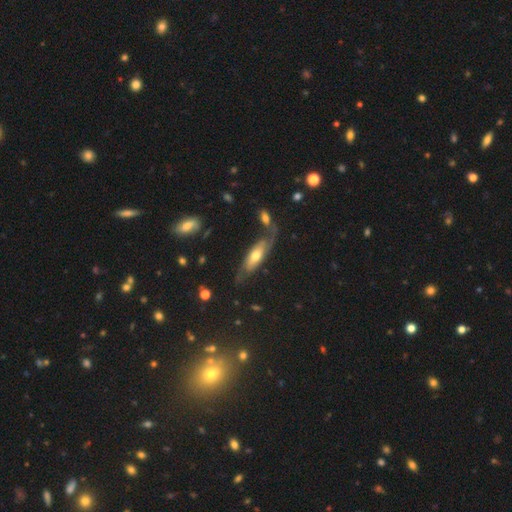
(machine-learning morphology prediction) smooth-or-featured: featured or disk: 57% | smooth: 36% | star or artifact: 7%
  disk-edge-on: no: 67% | yes: 33%
  merging: none: 53% | minor disturbance: 22% | major disturbance: 15% | merger: 11%